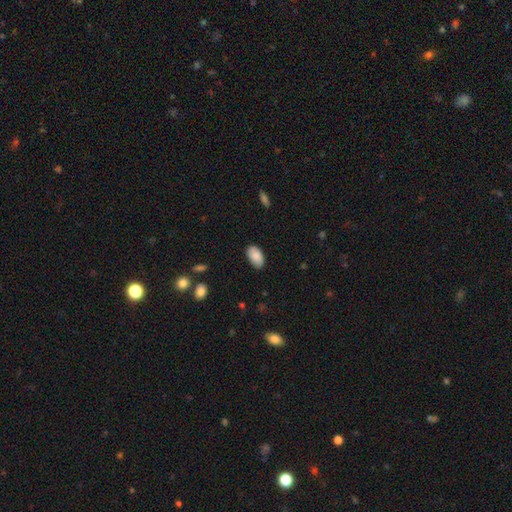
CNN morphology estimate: type=smooth (88%); roundness=in between (95%); merging=none (84%).